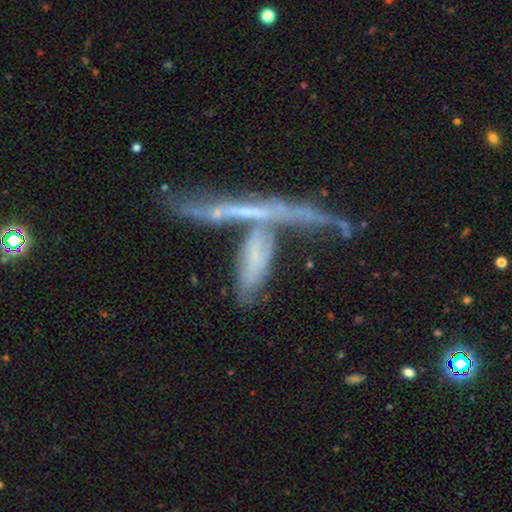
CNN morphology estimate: smooth-or-featured: featured or disk: 56% | smooth: 33% | star or artifact: 12%
  disk-edge-on: yes: 50% (tied) | no: 50% (tied)
  merging: merger: 60% | none: 16% | major disturbance: 14% | minor disturbance: 10%